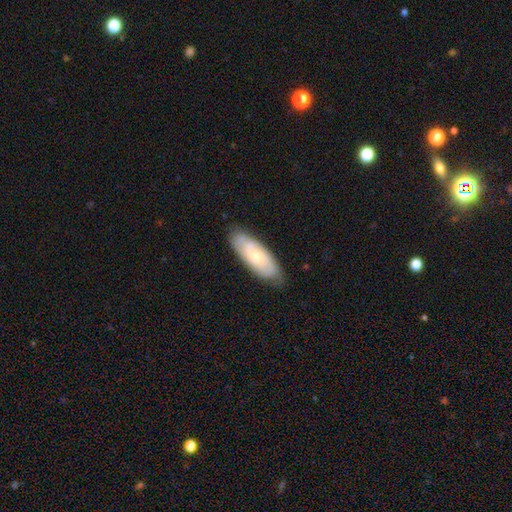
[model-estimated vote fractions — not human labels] A featured or disk galaxy (50%). Merging: none (78%).